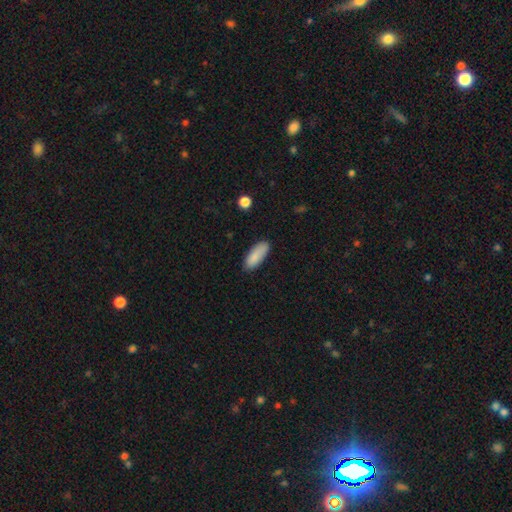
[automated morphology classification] Overall: smooth (87%). How rounded: in between (76%). Merging: none (81%).